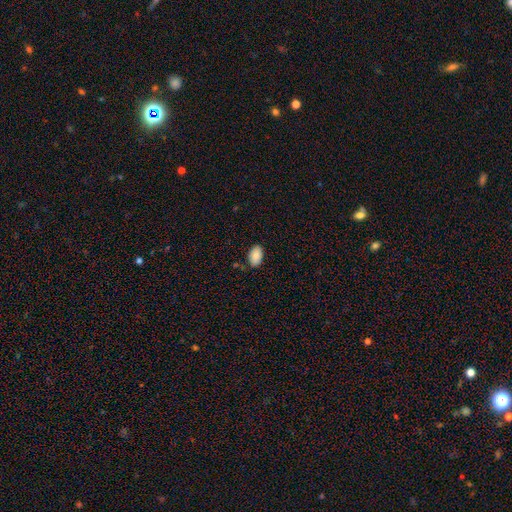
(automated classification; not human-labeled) Overall: smooth (88%). How rounded: in between (93%). Merging: none (82%).